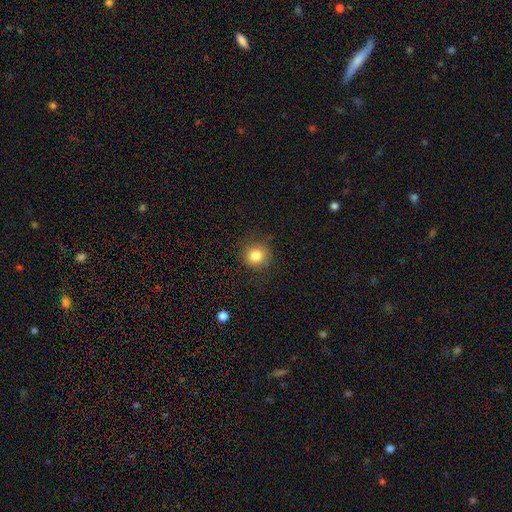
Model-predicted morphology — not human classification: Smooth or featured: smooth — 83% (star or artifact — 10%)
How rounded: round — 90% (in between — 9%)
Merging: none — 82% (minor disturbance — 12%)